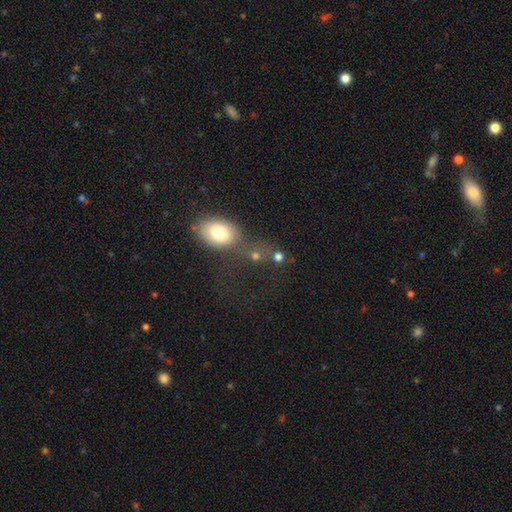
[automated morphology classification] Q: Smooth or featured?
A: smooth (69%); runner-up: star or artifact (17%)
Q: How rounded?
A: in between (58%); runner-up: round (39%)
Q: Merging?
A: none (41%); runner-up: merger (25%)